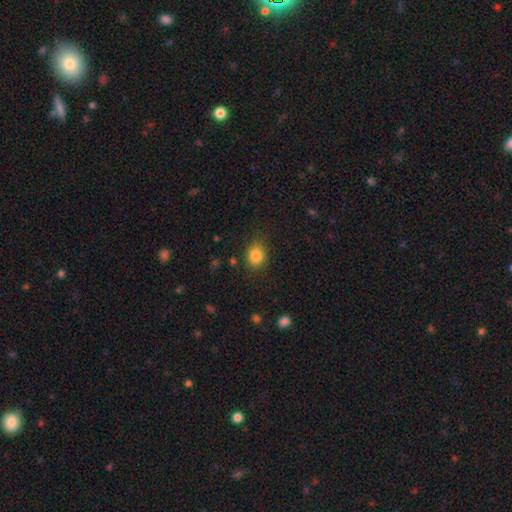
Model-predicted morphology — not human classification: Q: Smooth or featured?
A: smooth (84%); runner-up: star or artifact (10%)
Q: How rounded?
A: round (59%); runner-up: in between (40%)
Q: Merging?
A: none (79%); runner-up: minor disturbance (16%)